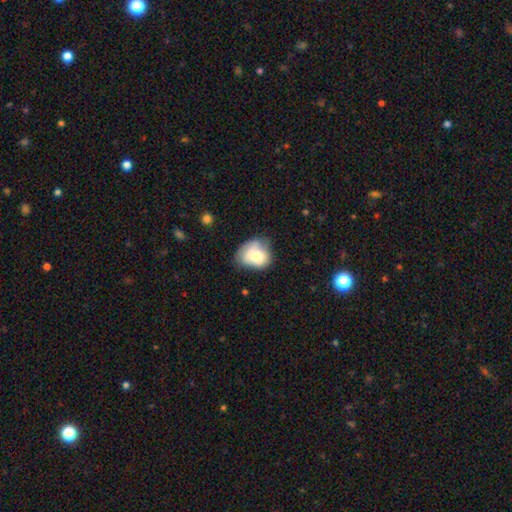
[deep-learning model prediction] smooth_or_featured: smooth (p=0.73) [alt: featured or disk p=0.19]
how_rounded: round (p=0.53) [alt: in between p=0.46]
merging: none (p=0.47) [alt: minor disturbance p=0.36]